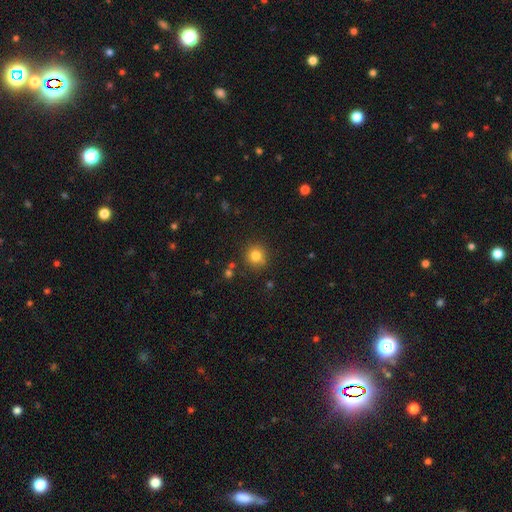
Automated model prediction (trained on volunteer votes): Morphology: type=smooth (81%); roundness=round (92%); merging=none (86%).